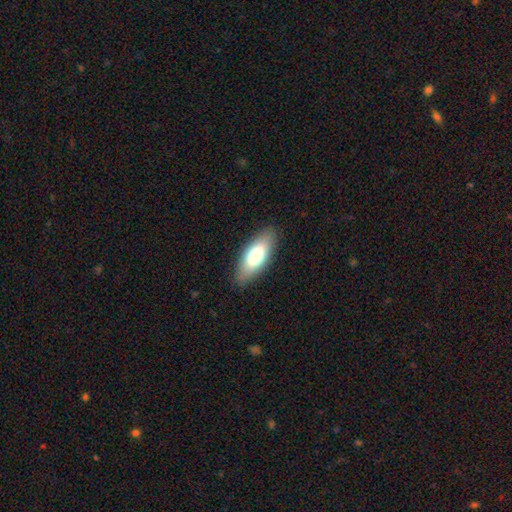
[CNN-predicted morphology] Smooth or featured? Predicted: smooth (p=0.73). How rounded? Predicted: in between (p=0.79). Merging? Predicted: none (p=0.86).